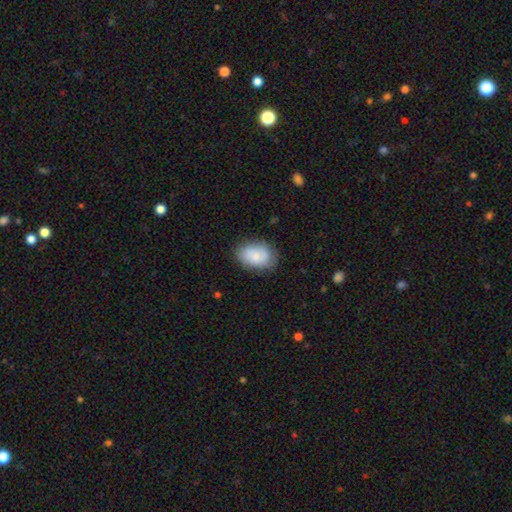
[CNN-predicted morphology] Q: Smooth or featured?
A: smooth (68%); runner-up: featured or disk (25%)
Q: How rounded?
A: in between (81%); runner-up: round (18%)
Q: Merging?
A: none (71%); runner-up: minor disturbance (21%)